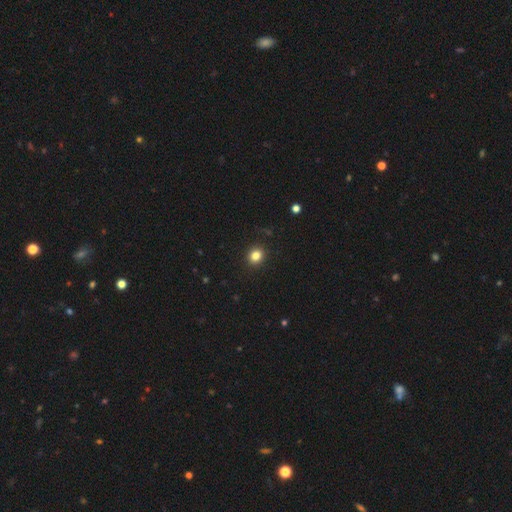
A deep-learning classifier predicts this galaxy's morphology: Smooth or featured? smooth (83%)
How rounded? round (71%)
Merging? none (91%)